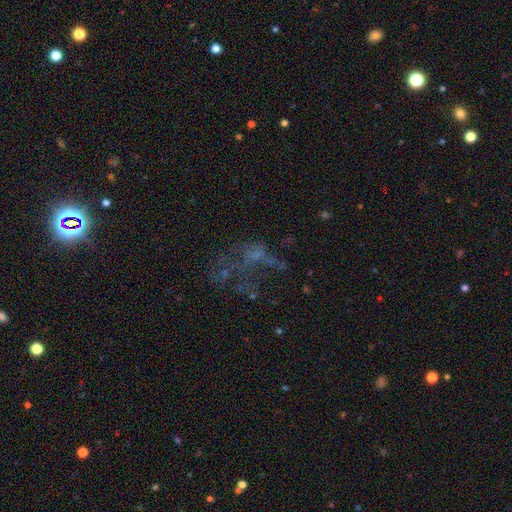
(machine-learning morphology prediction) Smooth or featured?
  - featured or disk: 42% *
  - star or artifact: 33%
  - smooth: 25%
Merging?
  - major disturbance: 41% *
  - none: 35%
  - merger: 13%
  - minor disturbance: 12%